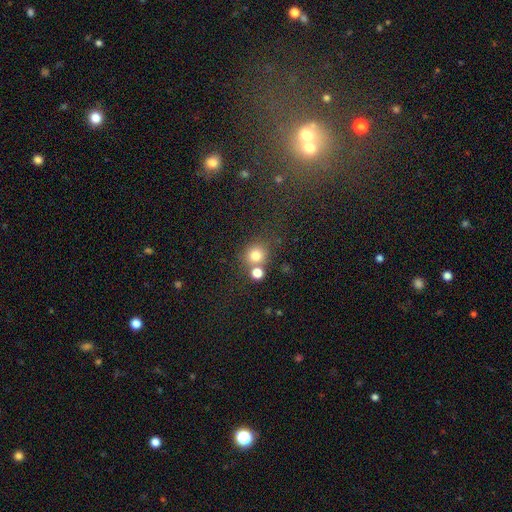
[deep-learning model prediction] The model was most divided on "merging": none: 59%, merger: 27%, minor disturbance: 9%, major disturbance: 4%. More confident: how rounded — round (86%); smooth or featured — smooth (78%).